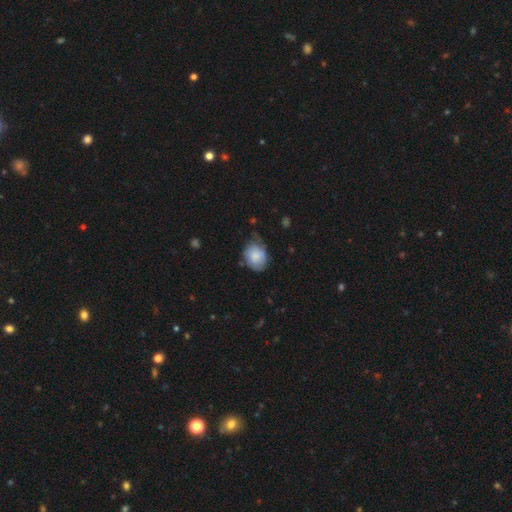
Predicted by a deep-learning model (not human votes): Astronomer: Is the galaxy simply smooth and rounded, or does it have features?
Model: smooth — 80%.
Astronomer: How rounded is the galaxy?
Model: in between — 57% (runner-up: round, 42%).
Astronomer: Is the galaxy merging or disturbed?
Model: none — 54% (runner-up: minor disturbance, 35%).